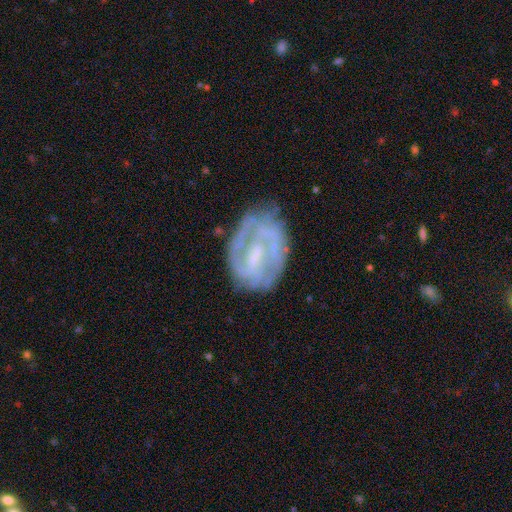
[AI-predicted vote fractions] This appears to be a featured or disk galaxy (76%) with a weak bar (47%), 2 (44%) tight (48%) spiral arms (74%) and a small central bulge (41%). Merging: none (62%).